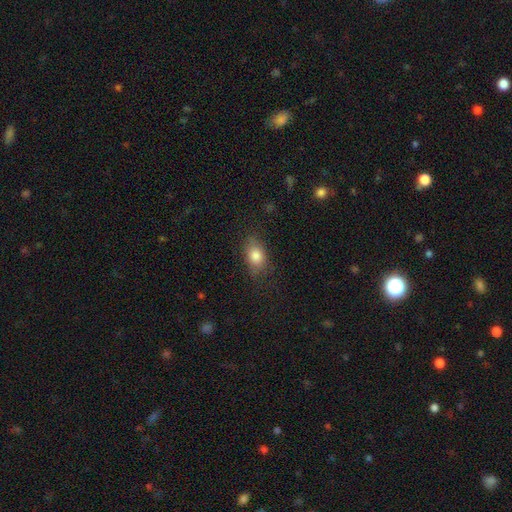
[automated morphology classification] This appears to be a smooth galaxy with no disk features (82%) that is in between round and cigar-shaped (78%). Merging: none (74%).